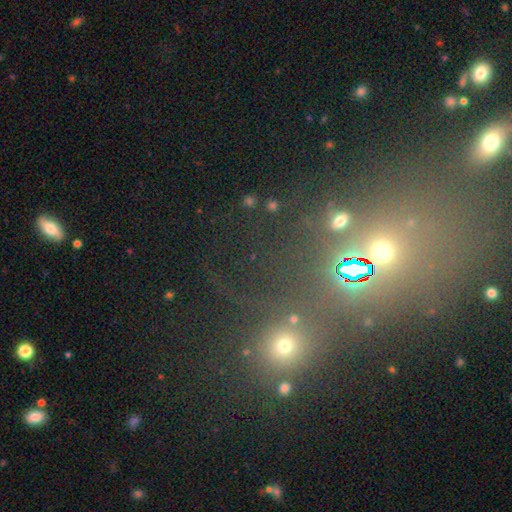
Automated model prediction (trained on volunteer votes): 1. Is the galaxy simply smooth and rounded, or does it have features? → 62% star or artifact, 28% smooth, 9% featured or disk.